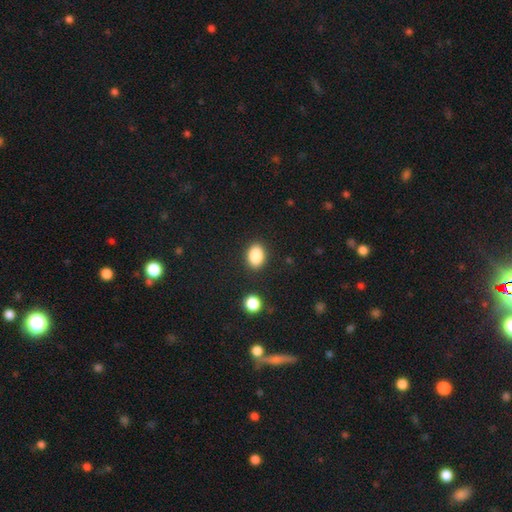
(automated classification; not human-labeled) Smooth or featured?
  - smooth: 87% *
  - star or artifact: 9%
  - featured or disk: 4%
How rounded?
  - in between: 74% *
  - round: 25%
  - cigar-shaped: 1%
Merging?
  - none: 87% *
  - minor disturbance: 8%
  - major disturbance: 2%
  - merger: 2%